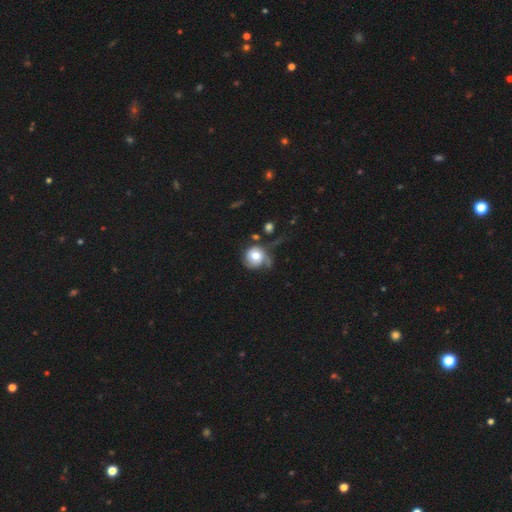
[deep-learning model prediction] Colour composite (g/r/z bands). It shows a smooth galaxy with no disk features (53%) that is round (84%). Merging: none (39%).